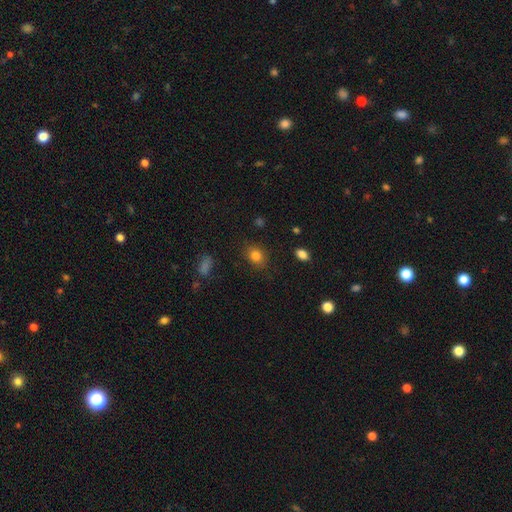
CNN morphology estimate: Smooth or featured? Predicted: smooth (p=0.83). How rounded? Predicted: in between (p=0.51). Merging? Predicted: none (p=0.82).